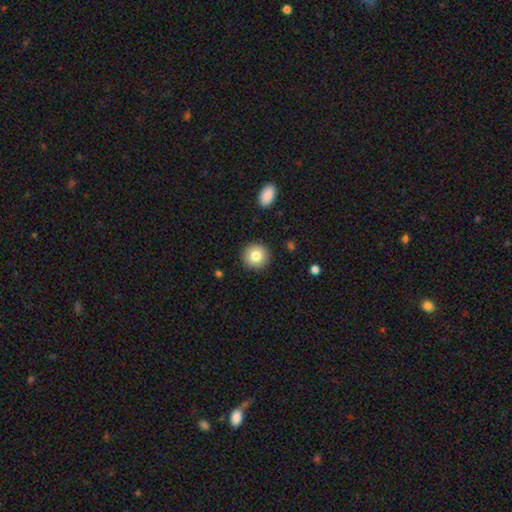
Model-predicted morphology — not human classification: The model was most divided on "smooth or featured": smooth: 81%, featured or disk: 10%, star or artifact: 8%. More confident: how rounded — round (93%); merging — none (91%).